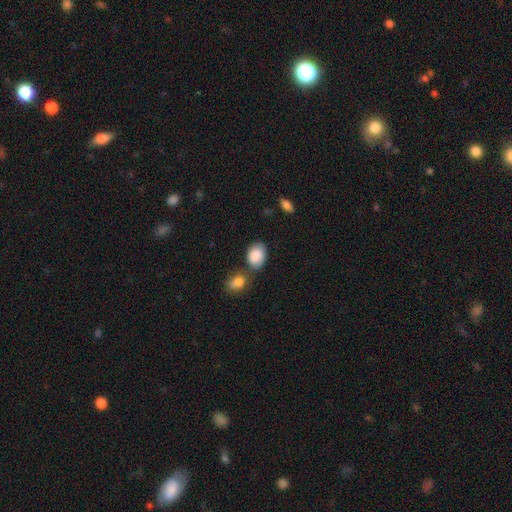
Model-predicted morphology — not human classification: smooth-or-featured: smooth: 87% | star or artifact: 7% | featured or disk: 6%
  how-rounded: in between: 77% | round: 21% | cigar-shaped: 1%
  merging: none: 56% | merger: 21% | minor disturbance: 18% | major disturbance: 5%